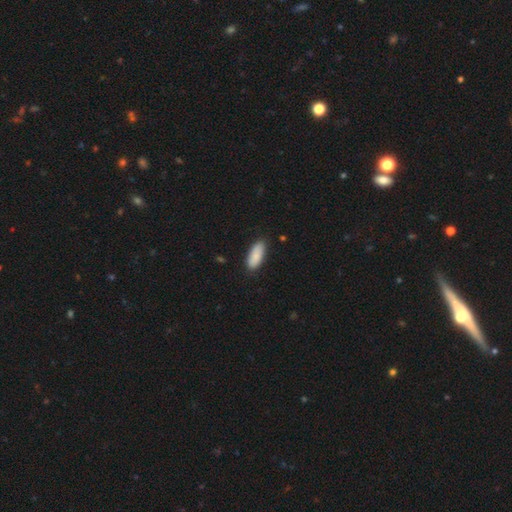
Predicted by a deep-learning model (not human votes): This is clearly a smooth galaxy (88%). How rounded: likely in between (80%). Merging: clearly none (83%).